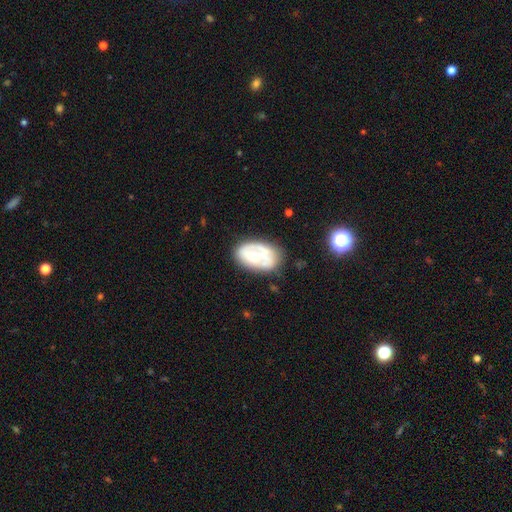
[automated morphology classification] Smooth or featured? featured or disk (54%)
Edge-on disk? no (95%)
Bar? no (75%)
Spiral arms? no (59%)
Bulge size? moderate (57%)
Merging? none (53%)